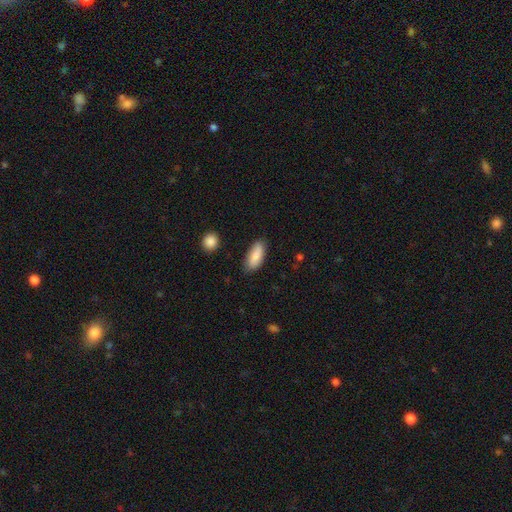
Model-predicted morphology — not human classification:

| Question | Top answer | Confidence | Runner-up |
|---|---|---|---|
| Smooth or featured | smooth | 85% | featured or disk (8%) |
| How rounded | in between | 82% | cigar-shaped (16%) |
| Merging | none | 81% | minor disturbance (15%) |